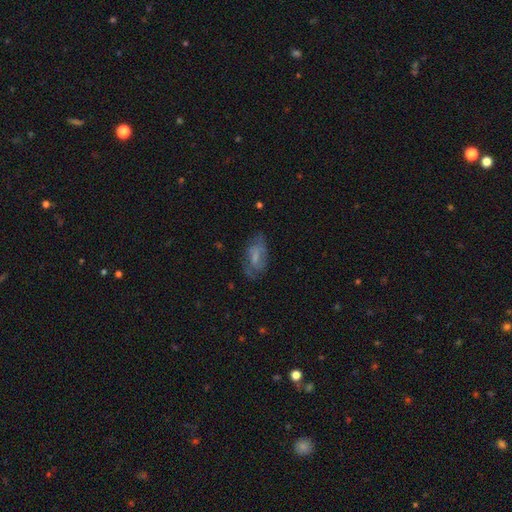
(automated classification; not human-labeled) Q: Smooth or featured?
A: featured or disk (47%); runner-up: smooth (43%)
Q: Merging?
A: none (61%); runner-up: minor disturbance (24%)